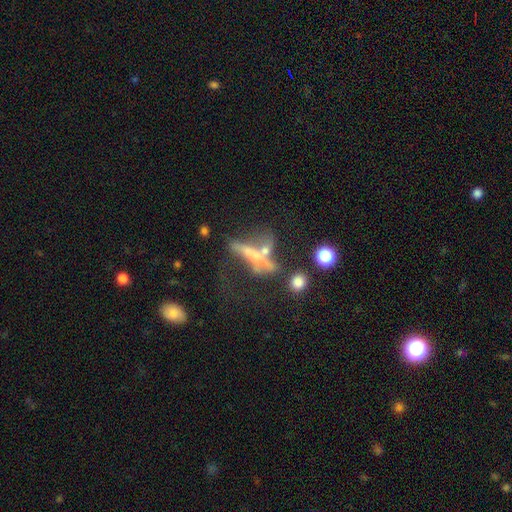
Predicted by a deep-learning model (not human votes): Morphology: type=featured or disk (54%); edge-on=yes (53%); merging=merger (40%).